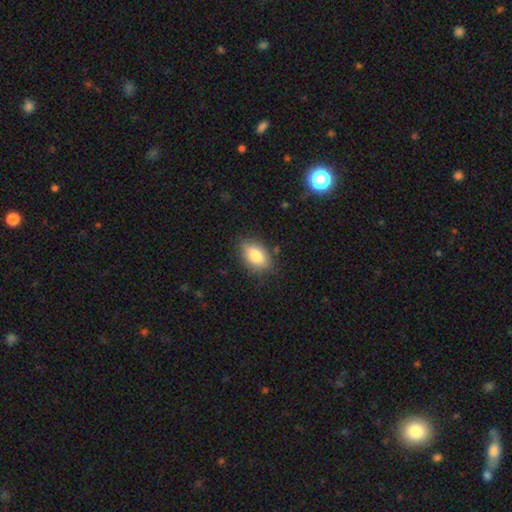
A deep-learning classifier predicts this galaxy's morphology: Smooth or featured? Predicted: smooth (p=0.80). How rounded? Predicted: in between (p=0.88). Merging? Predicted: none (p=0.79).